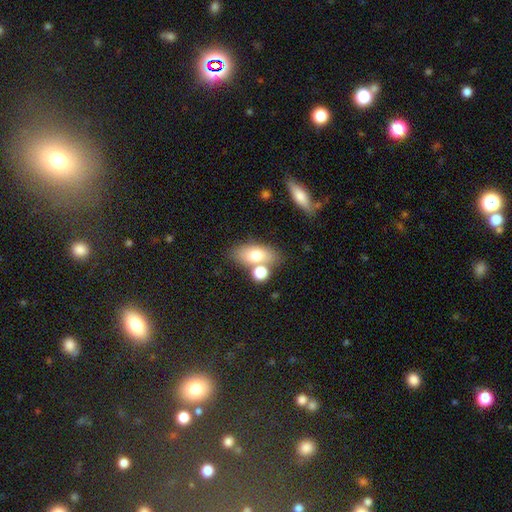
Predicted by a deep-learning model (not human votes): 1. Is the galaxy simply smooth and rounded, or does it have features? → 71% smooth, 20% featured or disk, 9% star or artifact.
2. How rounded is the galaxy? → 82% in between, 11% round, 7% cigar-shaped.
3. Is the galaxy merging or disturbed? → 57% none, 28% merger, 11% minor disturbance, 4% major disturbance.